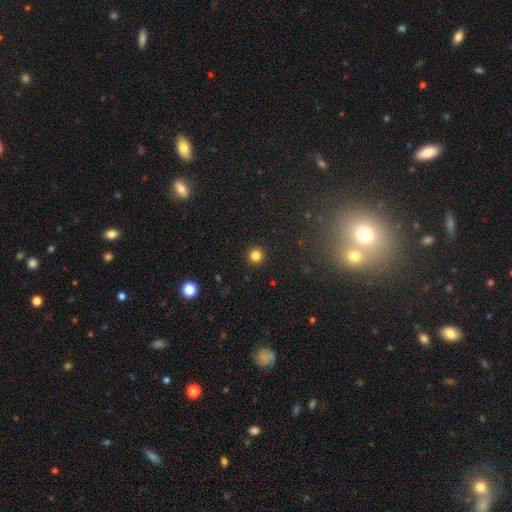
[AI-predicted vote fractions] smooth 83%, star or artifact 13%, featured or disk 4%. Down the decision tree: how rounded — round (95%); merging — none (93%).